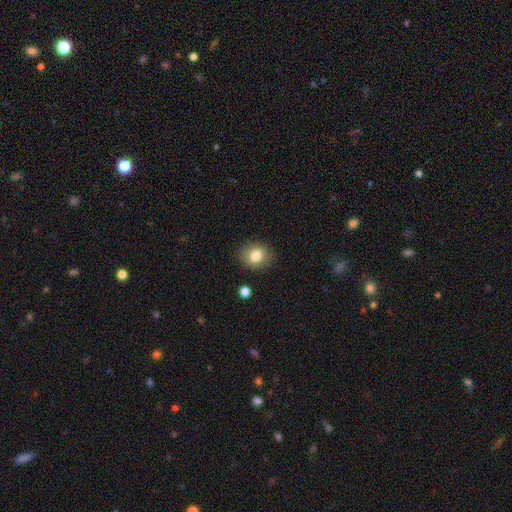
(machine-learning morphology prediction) smooth-or-featured: smooth: 81% | star or artifact: 10% | featured or disk: 9%
  how-rounded: round: 64% | in between: 35% | cigar-shaped: 1%
  merging: none: 85% | minor disturbance: 10% | major disturbance: 3% | merger: 2%